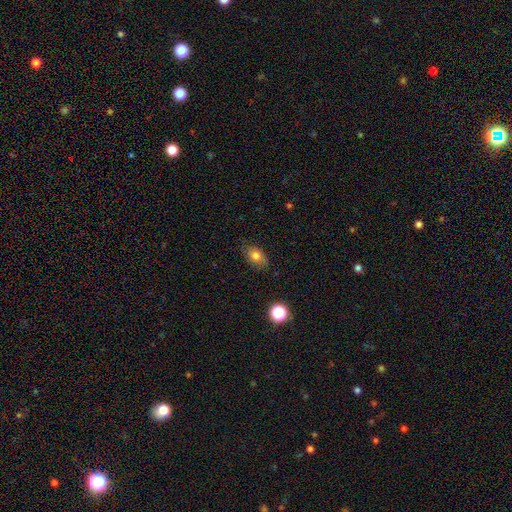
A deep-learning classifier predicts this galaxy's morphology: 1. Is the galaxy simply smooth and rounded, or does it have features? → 76% smooth, 13% featured or disk, 11% star or artifact.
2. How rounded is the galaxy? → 81% in between, 16% round, 3% cigar-shaped.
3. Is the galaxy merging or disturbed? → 78% none, 17% minor disturbance, 3% major disturbance, 1% merger.